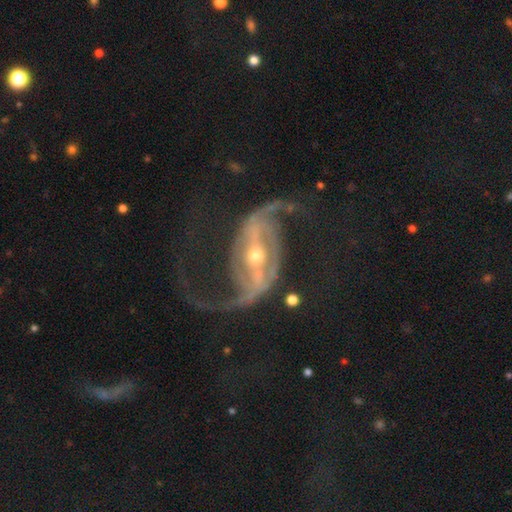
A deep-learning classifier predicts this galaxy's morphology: Overall: featured or disk (91%). Edge-on disk: no (97%). Bar: strong (58%; weak 25%). Spiral arms: yes (97%). Spiral arm count: 2 (92%). Spiral winding: loose (50%; medium 38%). Bulge size: small (61%; moderate 35%). Merging: none (58%; major disturbance 23%).